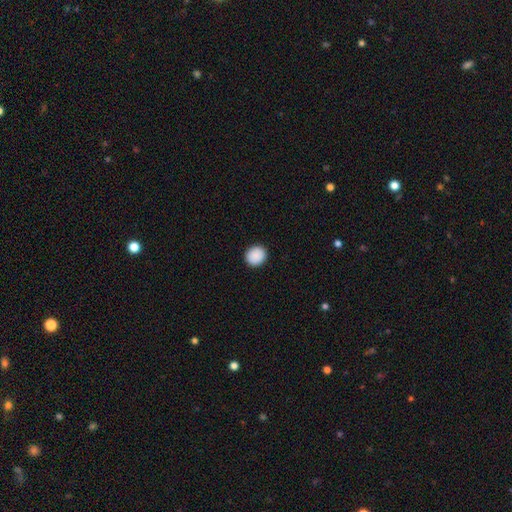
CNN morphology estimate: Overall: smooth (90%). How rounded: round (85%). Merging: none (92%).